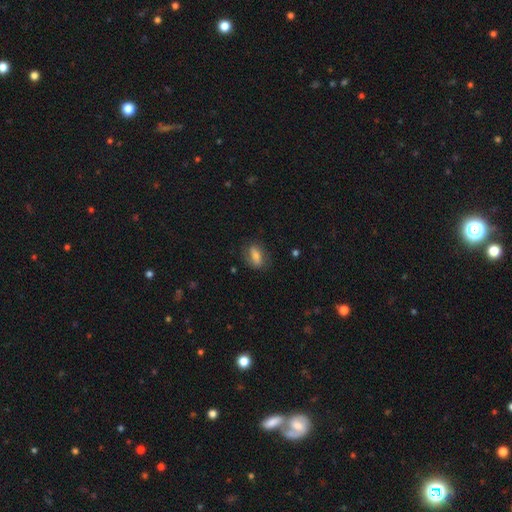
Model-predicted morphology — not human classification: Smooth or featured? smooth (64%)
How rounded? in between (82%)
Merging? none (71%)